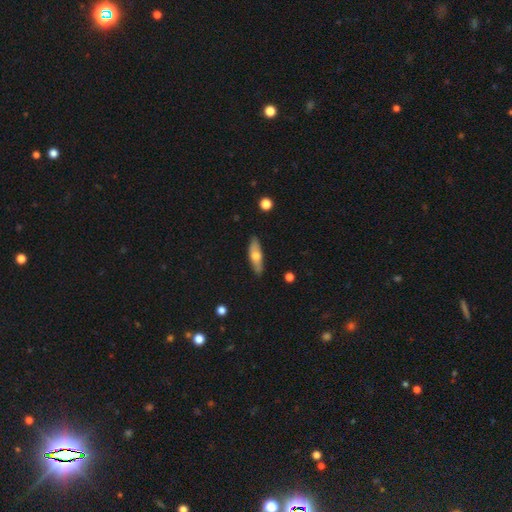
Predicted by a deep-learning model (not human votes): Smooth or featured: smooth — 55% (featured or disk — 39%)
How rounded: cigar-shaped — 52% (in between — 46%)
Merging: none — 86% (minor disturbance — 10%)